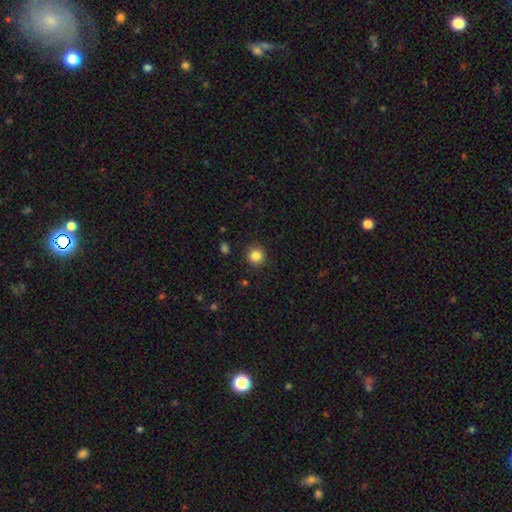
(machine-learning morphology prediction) Smooth or featured? smooth (84%)
How rounded? round (94%)
Merging? none (91%)